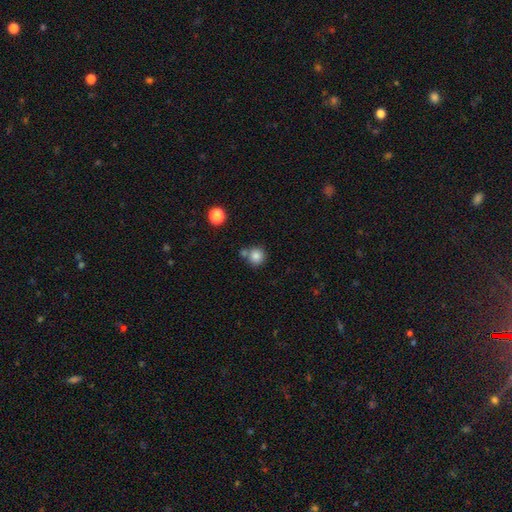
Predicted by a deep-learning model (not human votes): smooth_or_featured: smooth (p=0.83) [alt: star or artifact p=0.11]
how_rounded: round (p=0.92) [alt: in between p=0.07]
merging: none (p=0.66) [alt: merger p=0.22]